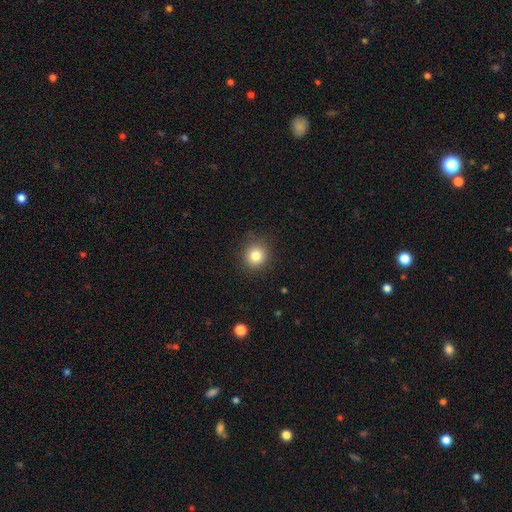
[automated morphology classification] smooth 82%, star or artifact 11%, featured or disk 7%. Down the decision tree: how rounded — round (88%); merging — none (88%).